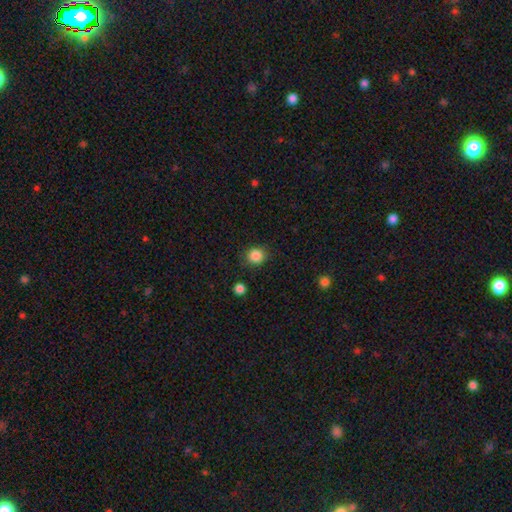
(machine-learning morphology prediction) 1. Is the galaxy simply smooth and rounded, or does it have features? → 86% smooth, 11% star or artifact, 4% featured or disk.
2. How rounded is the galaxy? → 86% round, 13% in between, 1% cigar-shaped.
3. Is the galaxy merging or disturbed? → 87% none, 9% minor disturbance, 3% major disturbance, 2% merger.